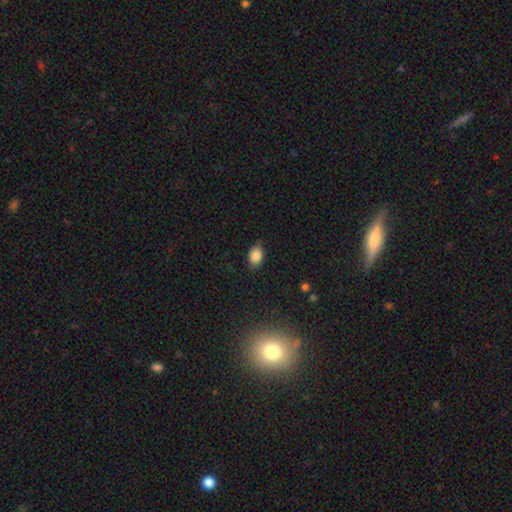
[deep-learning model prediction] smooth 86%, star or artifact 9%, featured or disk 5%. Down the decision tree: how rounded — in between (79%); merging — none (79%).